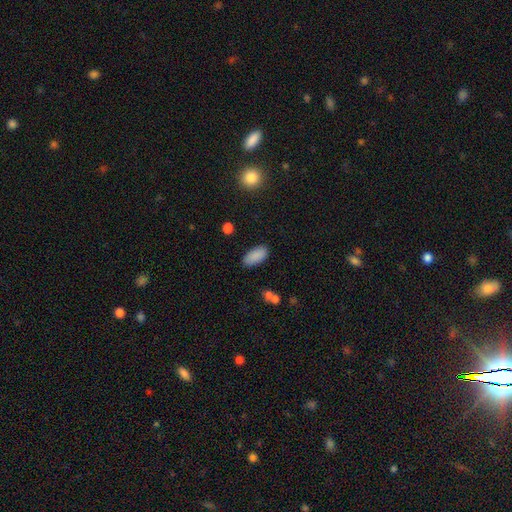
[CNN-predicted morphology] Smooth or featured: smooth — 88% (star or artifact — 7%)
How rounded: in between — 92% (cigar-shaped — 6%)
Merging: none — 86% (minor disturbance — 10%)